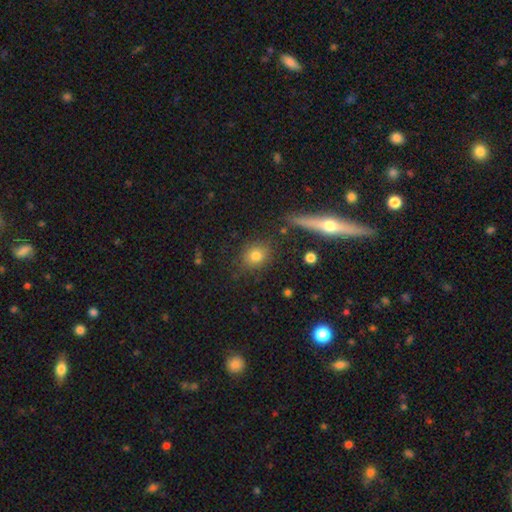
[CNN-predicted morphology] A smooth galaxy with no disk features (77%) that is round (65%). Merging: none (81%).